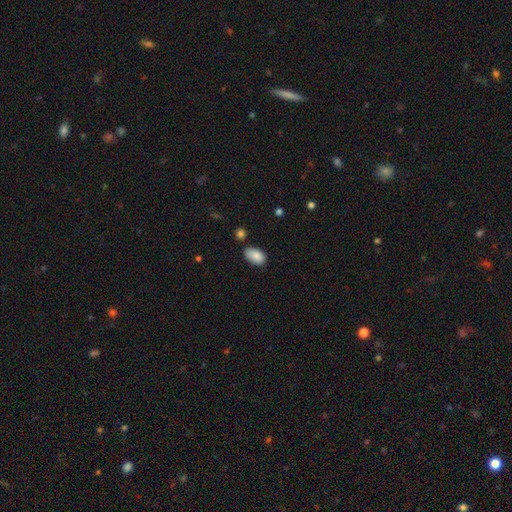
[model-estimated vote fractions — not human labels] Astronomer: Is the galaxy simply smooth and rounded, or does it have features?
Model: smooth — 88%.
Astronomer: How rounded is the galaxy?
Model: in between — 94%.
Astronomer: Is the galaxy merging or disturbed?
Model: none — 75%.